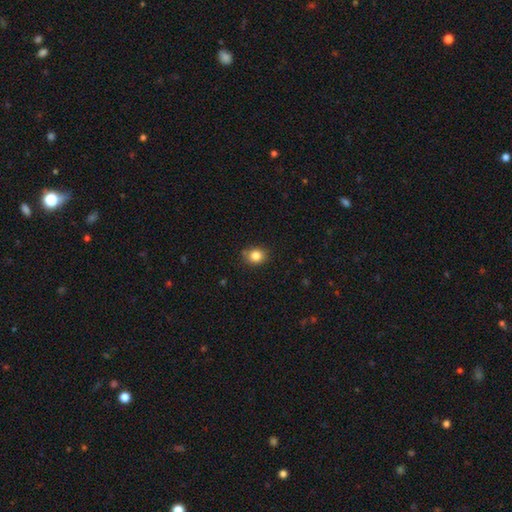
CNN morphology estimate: A smooth galaxy with no disk features (84%) that is round (63%).

Vote fractions:
- Smooth or featured? smooth: 84% / star or artifact: 10% / featured or disk: 6%
- How rounded? round: 63% / in between: 36% / cigar-shaped: 1%
- Merging? none: 80% / minor disturbance: 16% / major disturbance: 3% / merger: 2%